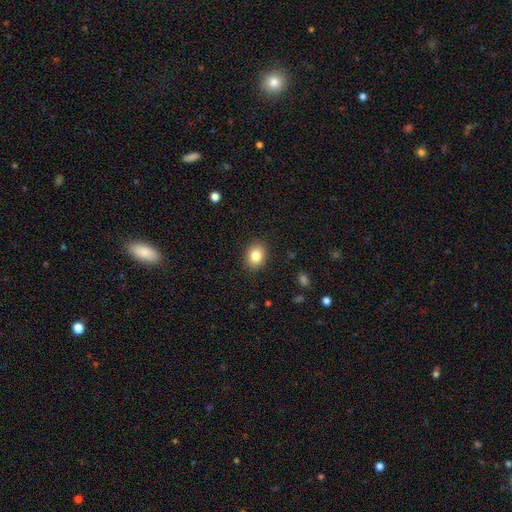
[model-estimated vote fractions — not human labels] Smooth or featured? smooth (83%)
How rounded? in between (58%)
Merging? none (89%)